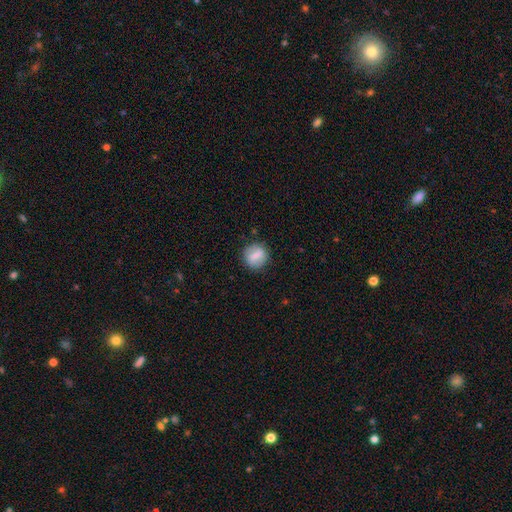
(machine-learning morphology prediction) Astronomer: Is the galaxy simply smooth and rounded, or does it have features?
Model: smooth — 56% (runner-up: featured or disk, 37%).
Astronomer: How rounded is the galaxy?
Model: round — 80%.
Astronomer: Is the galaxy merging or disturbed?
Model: none — 84%.